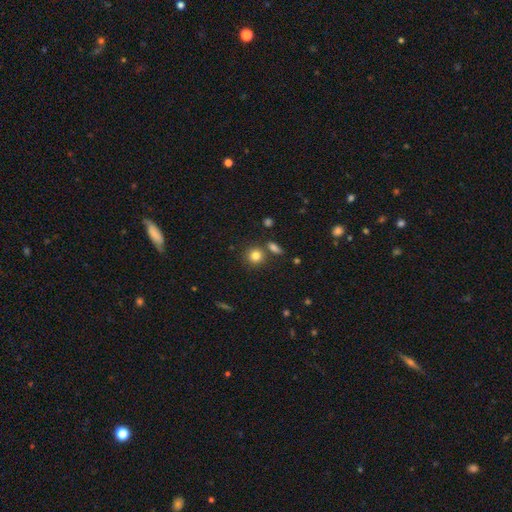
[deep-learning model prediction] The model was most divided on "merging": none: 74%, merger: 13%, minor disturbance: 10%, major disturbance: 3%. More confident: how rounded — round (84%); smooth or featured — smooth (81%).